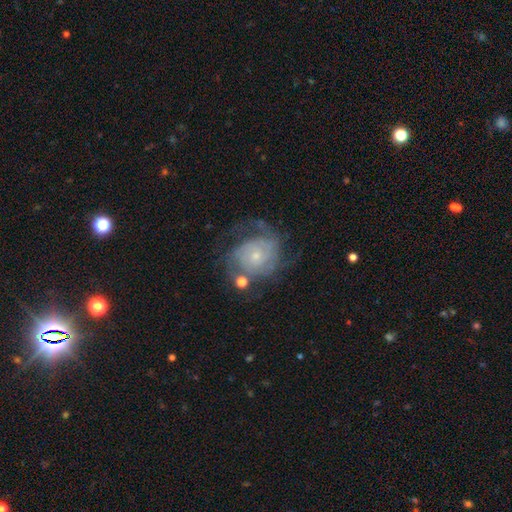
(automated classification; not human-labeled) smooth_or_featured: featured or disk (p=0.78) [alt: smooth p=0.14]
disk_edge_on: no (p=0.98) [alt: yes p=0.02]
bar: no (p=0.78) [alt: weak p=0.19]
has_spiral_arms: yes (p=0.90) [alt: no p=0.10]
spiral_winding: tight (p=0.53) [alt: medium p=0.33]
spiral_arm_count: can't tell (p=0.34) [alt: 2 p=0.33]
bulge_size: small (p=0.73) [alt: moderate p=0.21]
merging: none (p=0.55) [alt: minor disturbance p=0.19]